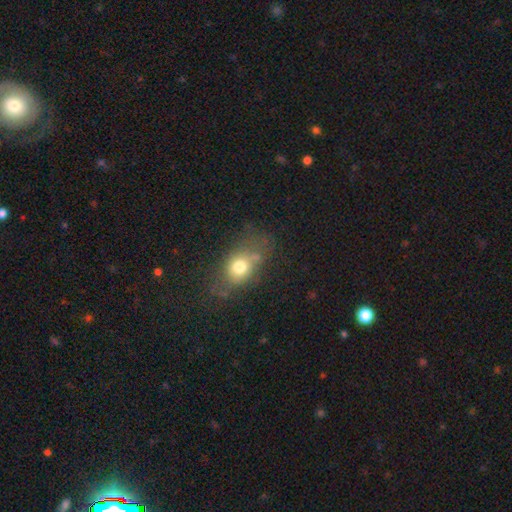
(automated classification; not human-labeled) Smooth or featured? smooth (59%)
How rounded? in between (65%)
Merging? none (60%)